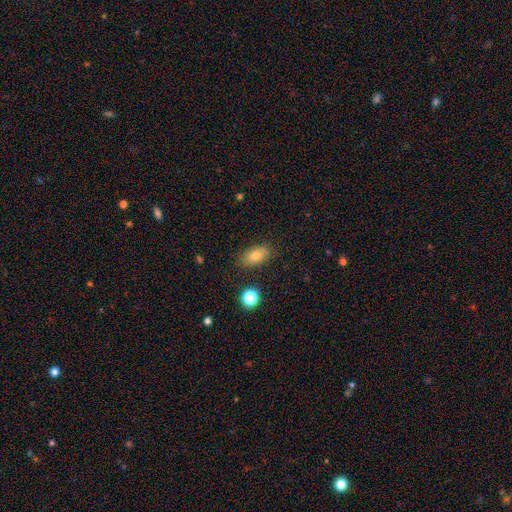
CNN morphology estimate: The model was most divided on "smooth or featured": smooth: 76%, featured or disk: 13%, star or artifact: 11%. More confident: how rounded — in between (87%); merging — none (85%).